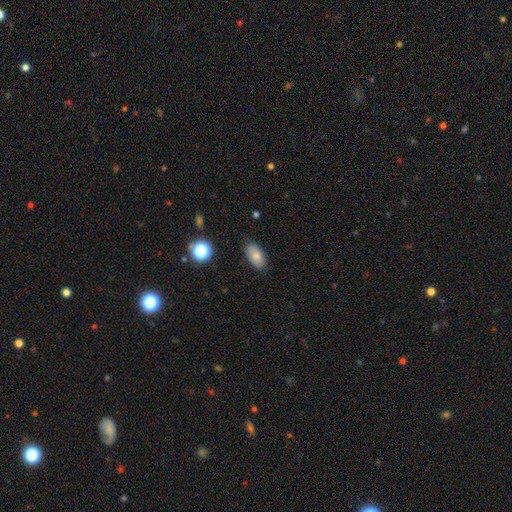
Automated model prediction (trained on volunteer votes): A smooth galaxy with no disk features (80%) that is in between round and cigar-shaped (92%). Merging: none (80%).